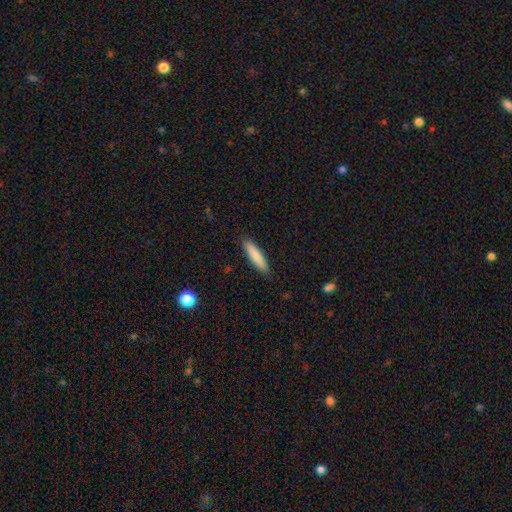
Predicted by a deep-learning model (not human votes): A smooth galaxy with no disk features (85%) that is cigar-shaped (79%). Merging: none (89%).